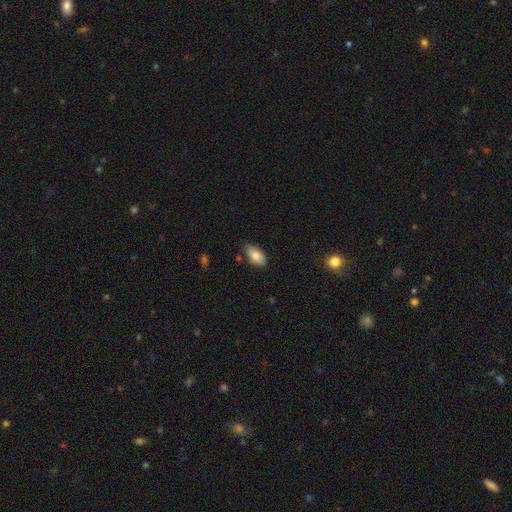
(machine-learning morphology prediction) smooth-or-featured: smooth: 84% | featured or disk: 9% | star or artifact: 7%
  how-rounded: in between: 93% | cigar-shaped: 4% | round: 3%
  merging: none: 76% | minor disturbance: 19% | major disturbance: 3% | merger: 2%